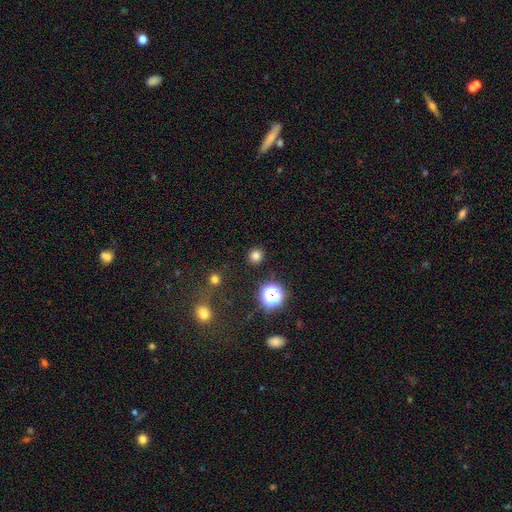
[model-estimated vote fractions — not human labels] smooth-or-featured: smooth: 77% | star or artifact: 18% | featured or disk: 5%
  how-rounded: round: 91% | in between: 8% | cigar-shaped: 1%
  merging: none: 90% | minor disturbance: 6% | major disturbance: 2% | merger: 2%